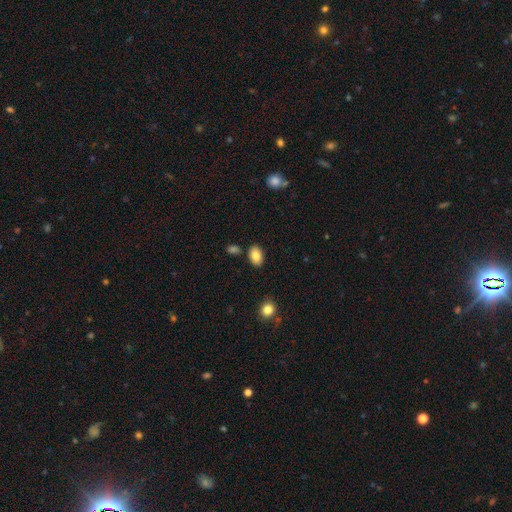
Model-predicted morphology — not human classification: This is clearly a smooth galaxy (83%). How rounded: clearly in between (87%). Merging: clearly none (84%).